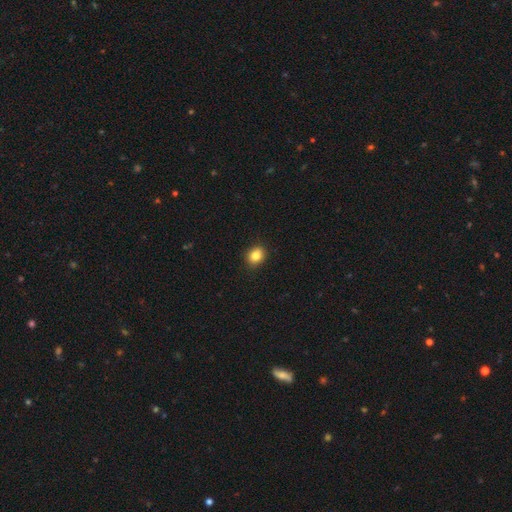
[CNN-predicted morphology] smooth-or-featured: smooth: 84% | star or artifact: 11% | featured or disk: 6%
  how-rounded: round: 64% | in between: 35% | cigar-shaped: 1%
  merging: none: 90% | minor disturbance: 7% | major disturbance: 2% | merger: 1%